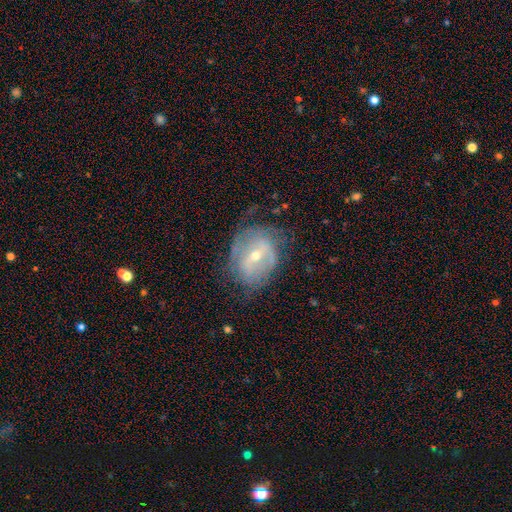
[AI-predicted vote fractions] This appears to be a featured or disk galaxy (72%) with a weak bar (43%), spiral arms (69%) and a small central bulge (52%). Merging: none (62%).